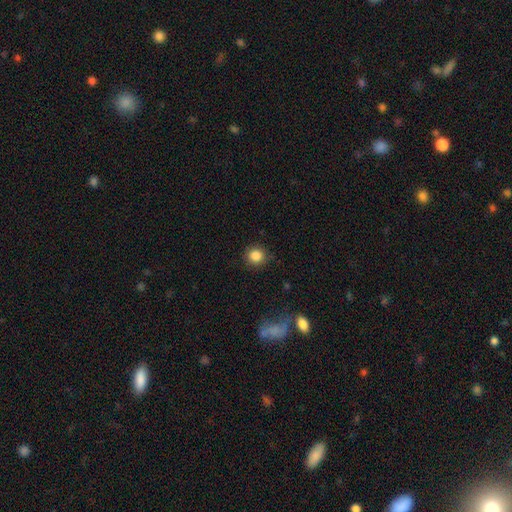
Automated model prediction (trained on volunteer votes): Morphology: type=smooth (86%); roundness=round (91%); merging=none (86%).